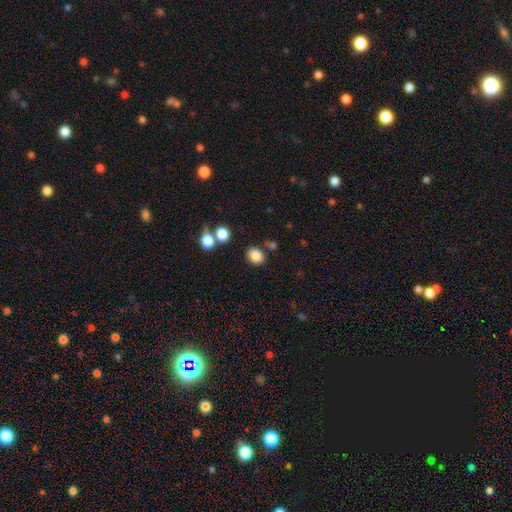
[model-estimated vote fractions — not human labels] A smooth galaxy with no disk features (84%) that is round (59%).

Vote fractions:
- Smooth or featured? smooth: 84% / star or artifact: 11% / featured or disk: 5%
- How rounded? round: 59% / in between: 40% / cigar-shaped: 1%
- Merging? none: 78% / minor disturbance: 10% / merger: 9% / major disturbance: 4%